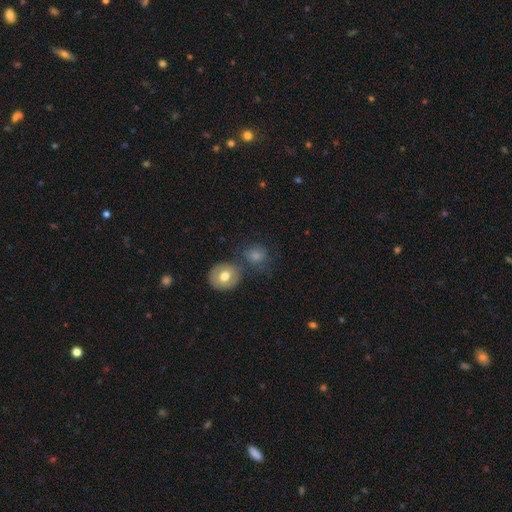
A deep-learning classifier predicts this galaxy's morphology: Smooth or featured? Predicted: smooth (p=0.62). How rounded? Predicted: round (p=0.78). Merging? Predicted: none (p=0.58).